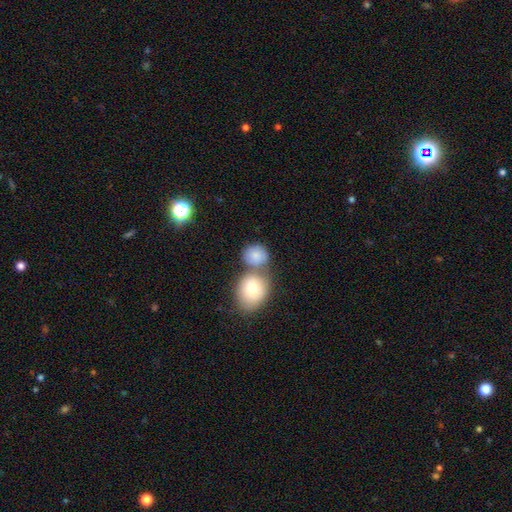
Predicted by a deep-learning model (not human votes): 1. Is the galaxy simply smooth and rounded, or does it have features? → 83% smooth, 9% featured or disk, 7% star or artifact.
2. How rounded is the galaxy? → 72% round, 27% in between, 1% cigar-shaped.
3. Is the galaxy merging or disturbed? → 44% merger, 43% none, 10% minor disturbance, 4% major disturbance.